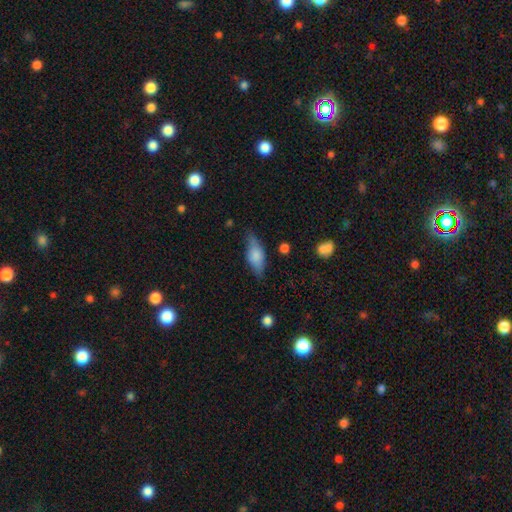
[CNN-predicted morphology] Q: Smooth or featured?
A: smooth (68%); runner-up: featured or disk (25%)
Q: How rounded?
A: in between (74%); runner-up: cigar-shaped (23%)
Q: Merging?
A: none (69%); runner-up: minor disturbance (23%)